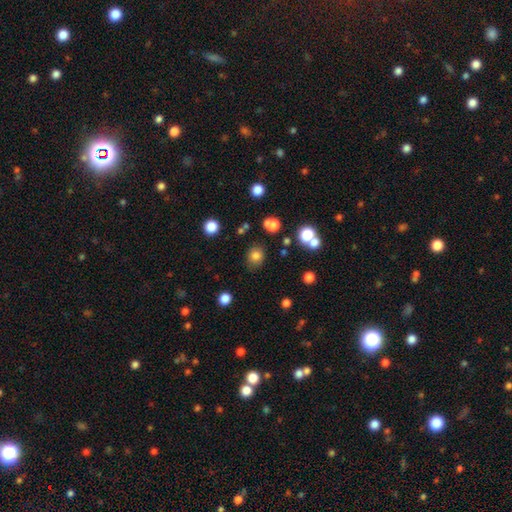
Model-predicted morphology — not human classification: Smooth or featured?
  - smooth: 79% *
  - star or artifact: 14%
  - featured or disk: 7%
How rounded?
  - round: 75% *
  - in between: 24%
  - cigar-shaped: 1%
Merging?
  - none: 81% *
  - minor disturbance: 11%
  - merger: 4%
  - major disturbance: 4%